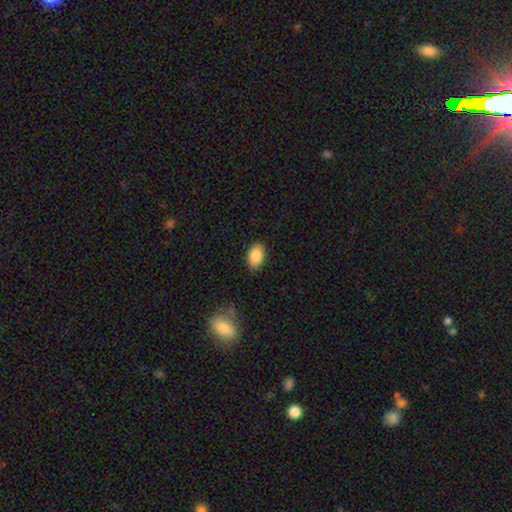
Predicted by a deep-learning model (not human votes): Q: Smooth or featured?
A: smooth (88%); runner-up: star or artifact (7%)
Q: How rounded?
A: in between (90%); runner-up: round (9%)
Q: Merging?
A: none (85%); runner-up: minor disturbance (11%)